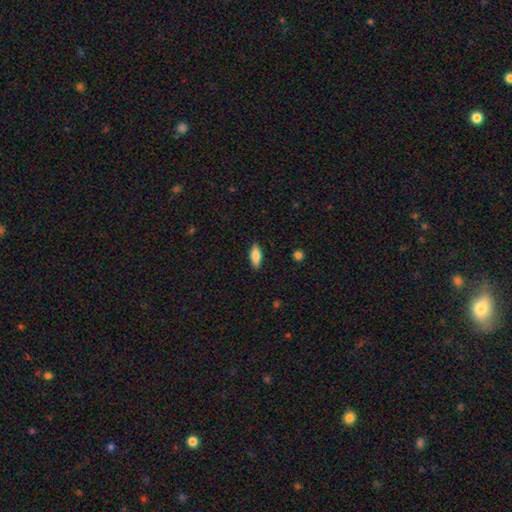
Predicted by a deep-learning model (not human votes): Overall: smooth (77%). How rounded: in between (73%). Merging: none (88%).